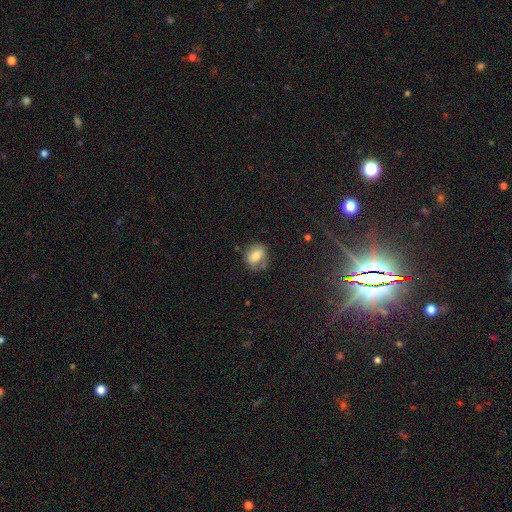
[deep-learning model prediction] This is likely a smooth galaxy (72%). How rounded: possibly in between (52%). Merging: likely none (63%).